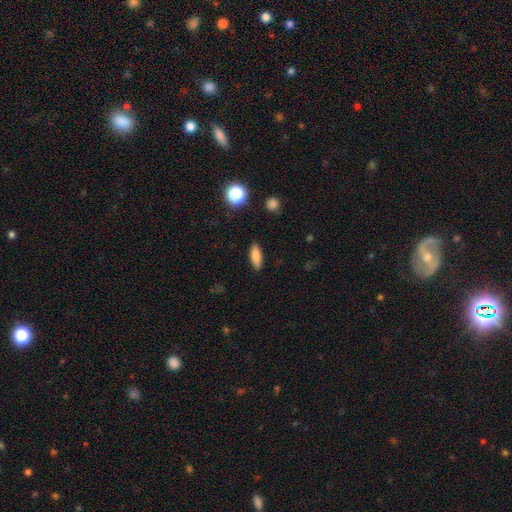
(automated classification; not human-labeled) Q: Smooth or featured?
A: smooth (83%); runner-up: featured or disk (9%)
Q: How rounded?
A: in between (67%); runner-up: cigar-shaped (30%)
Q: Merging?
A: none (87%); runner-up: minor disturbance (9%)